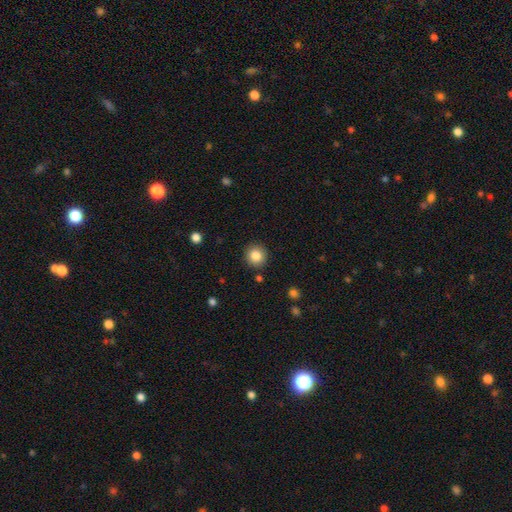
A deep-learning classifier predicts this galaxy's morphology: A smooth galaxy with no disk features (83%) that is round (93%).

Vote fractions:
- Smooth or featured? smooth: 83% / star or artifact: 10% / featured or disk: 7%
- How rounded? round: 93% / in between: 7% / cigar-shaped: 1%
- Merging? none: 90% / minor disturbance: 6% / major disturbance: 2% / merger: 2%